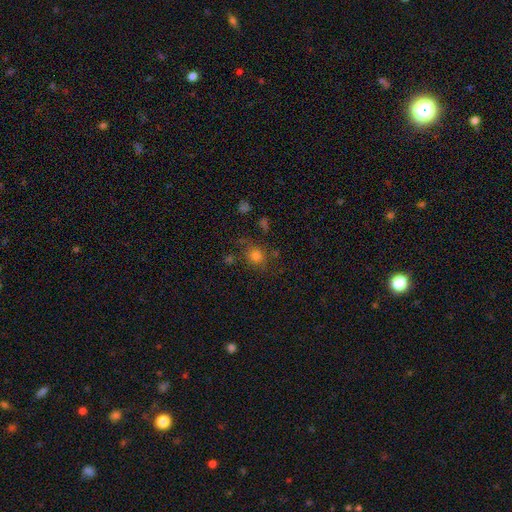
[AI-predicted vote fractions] smooth_or_featured: smooth (p=0.75) [alt: star or artifact p=0.17]
how_rounded: round (p=0.78) [alt: in between p=0.21]
merging: none (p=0.71) [alt: minor disturbance p=0.16]